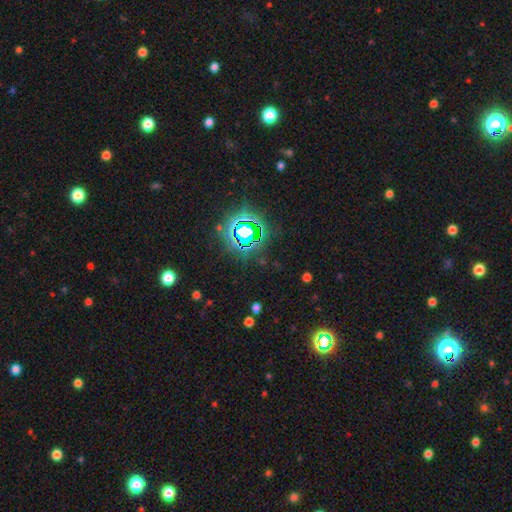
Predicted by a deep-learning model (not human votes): This appears to be a star or artifact, not a galaxy (82%).